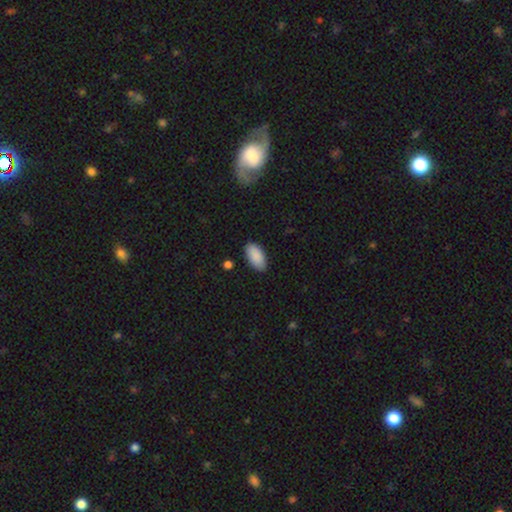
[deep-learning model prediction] A smooth galaxy with no disk features (90%) that is in between round and cigar-shaped (94%). Merging: none (84%).